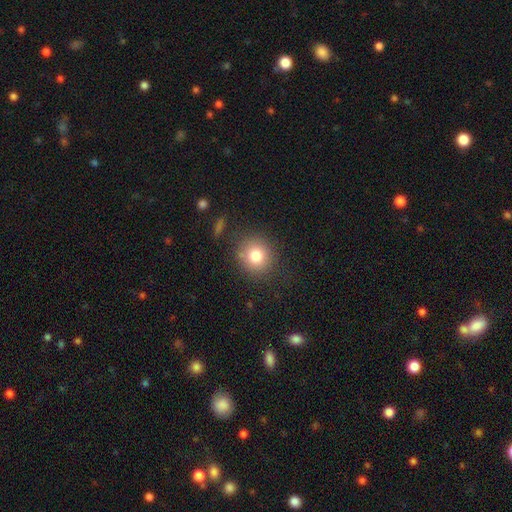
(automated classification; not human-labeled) Q: Smooth or featured?
A: smooth (79%); runner-up: star or artifact (12%)
Q: How rounded?
A: round (89%); runner-up: in between (10%)
Q: Merging?
A: none (83%); runner-up: minor disturbance (10%)